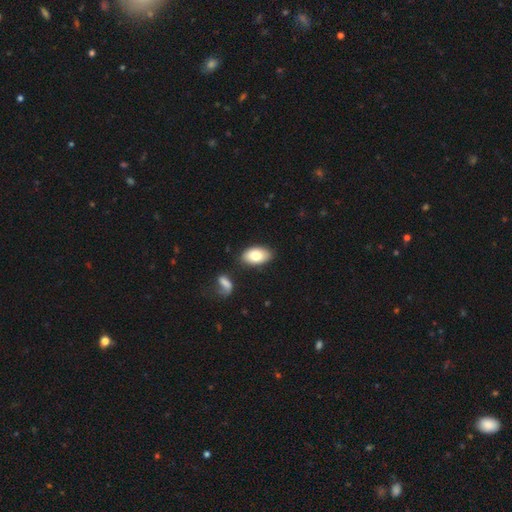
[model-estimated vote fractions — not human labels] Smooth or featured? smooth (78%)
How rounded? in between (93%)
Merging? none (80%)